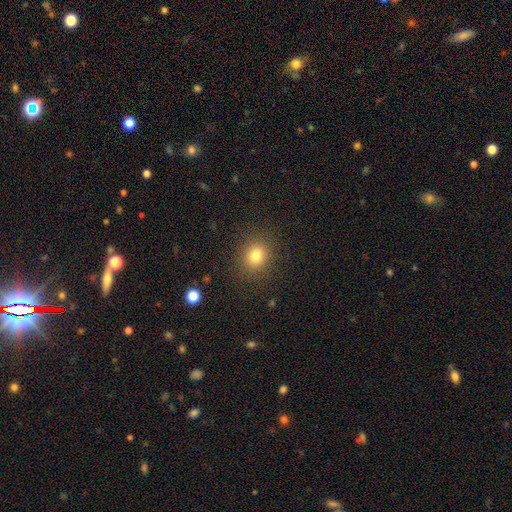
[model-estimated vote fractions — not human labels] A smooth galaxy with no disk features (79%) that is round (74%).

Vote fractions:
- Smooth or featured? smooth: 79% / star or artifact: 14% / featured or disk: 7%
- How rounded? round: 74% / in between: 25% / cigar-shaped: 1%
- Merging? none: 88% / minor disturbance: 7% / major disturbance: 3% / merger: 1%